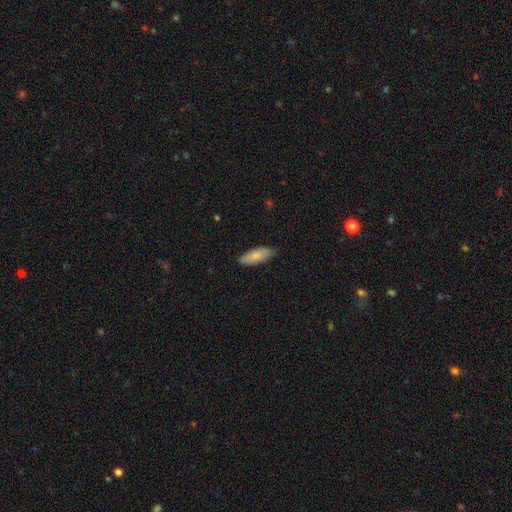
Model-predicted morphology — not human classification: Smooth or featured? Predicted: smooth (p=0.83). How rounded? Predicted: in between (p=0.76). Merging? Predicted: none (p=0.84).